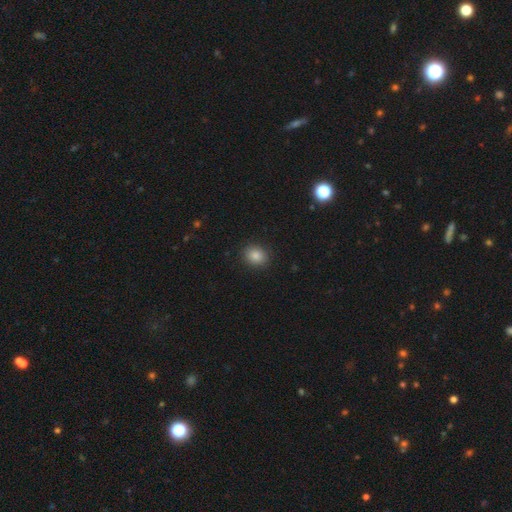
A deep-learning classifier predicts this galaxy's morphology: Smooth or featured: smooth — 86% (star or artifact — 10%)
How rounded: round — 63% (in between — 36%)
Merging: none — 89% (minor disturbance — 8%)